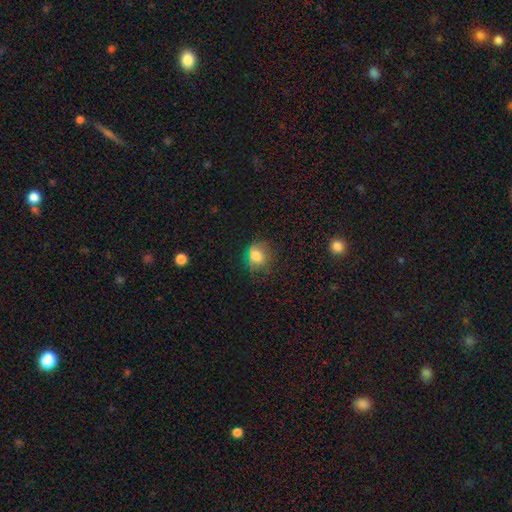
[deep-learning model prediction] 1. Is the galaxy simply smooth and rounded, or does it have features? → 75% smooth, 15% star or artifact, 11% featured or disk.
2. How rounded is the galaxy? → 71% round, 28% in between, 1% cigar-shaped.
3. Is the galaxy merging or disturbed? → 67% none, 22% minor disturbance, 9% major disturbance, 2% merger.